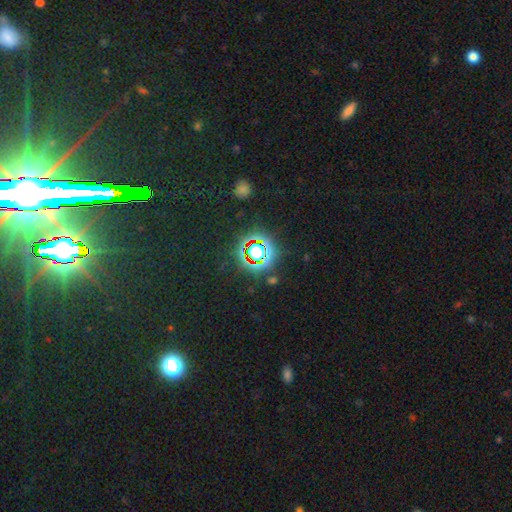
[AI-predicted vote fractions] smooth-or-featured: star or artifact: 73% | smooth: 17% | featured or disk: 10%